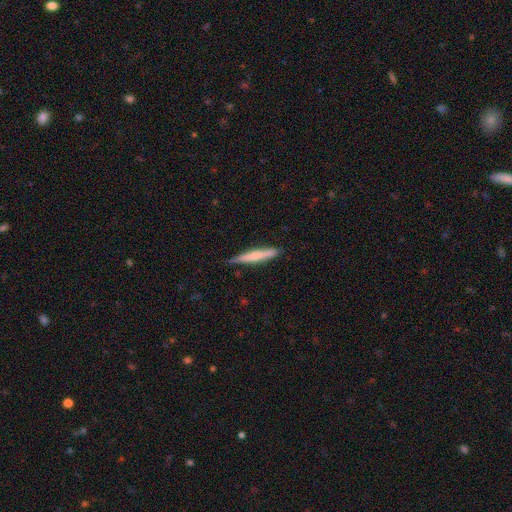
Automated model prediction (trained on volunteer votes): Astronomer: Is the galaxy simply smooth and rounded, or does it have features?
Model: smooth — 60%.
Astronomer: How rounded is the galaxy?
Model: cigar-shaped — 94%.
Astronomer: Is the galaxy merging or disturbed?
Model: none — 82%.